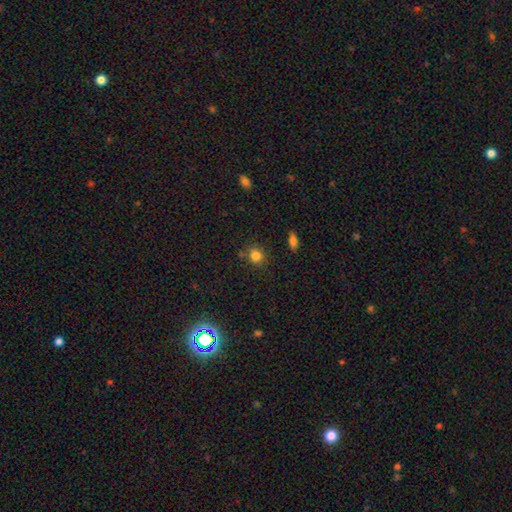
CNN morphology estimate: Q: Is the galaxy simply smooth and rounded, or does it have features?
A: smooth — 81%.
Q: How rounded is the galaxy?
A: round — 78%.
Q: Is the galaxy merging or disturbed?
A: none — 77%.